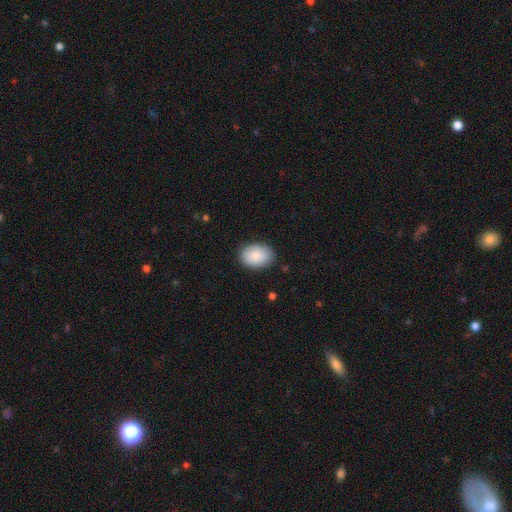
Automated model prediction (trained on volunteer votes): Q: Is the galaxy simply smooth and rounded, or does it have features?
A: smooth — 87%.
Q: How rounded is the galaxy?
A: in between — 80%.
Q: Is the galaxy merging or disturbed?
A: none — 86%.